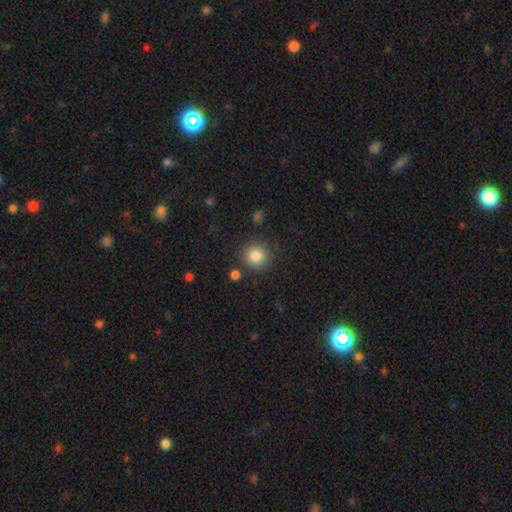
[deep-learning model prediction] This appears to be a smooth galaxy with no disk features (84%) that is round (90%). Merging: none (85%).